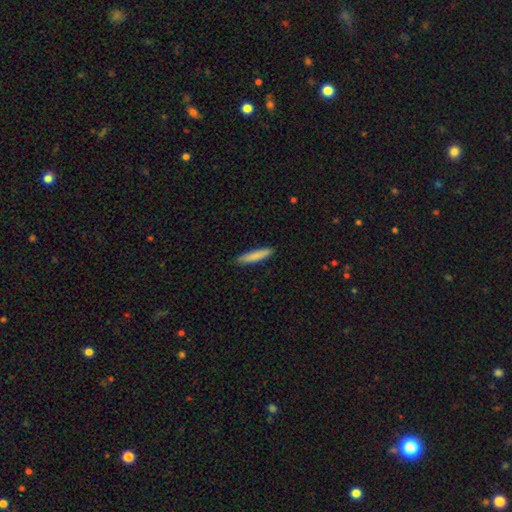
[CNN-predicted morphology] Smooth or featured?
  - smooth: 84% *
  - featured or disk: 10%
  - star or artifact: 6%
How rounded?
  - cigar-shaped: 89% *
  - in between: 10%
  - round: 1%
Merging?
  - none: 89% *
  - minor disturbance: 8%
  - major disturbance: 2%
  - merger: 1%